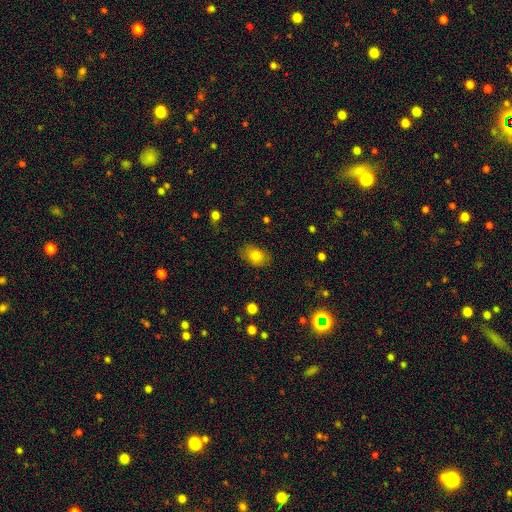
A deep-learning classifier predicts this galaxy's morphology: Smooth or featured: smooth — 79% (featured or disk — 12%)
How rounded: in between — 82% (round — 17%)
Merging: none — 81% (minor disturbance — 14%)